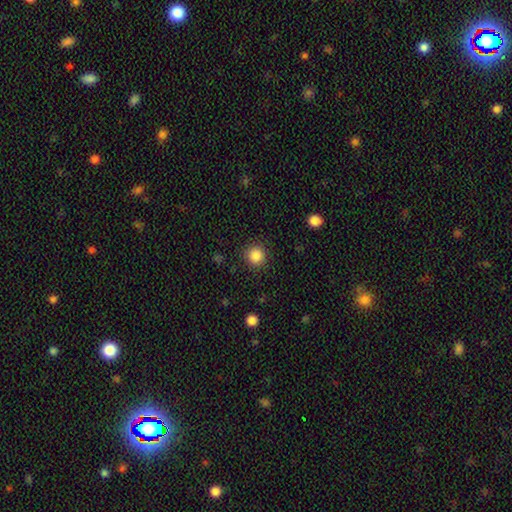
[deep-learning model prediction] Q: Smooth or featured?
A: smooth (86%); runner-up: star or artifact (11%)
Q: How rounded?
A: round (94%); runner-up: in between (5%)
Q: Merging?
A: none (90%); runner-up: minor disturbance (6%)